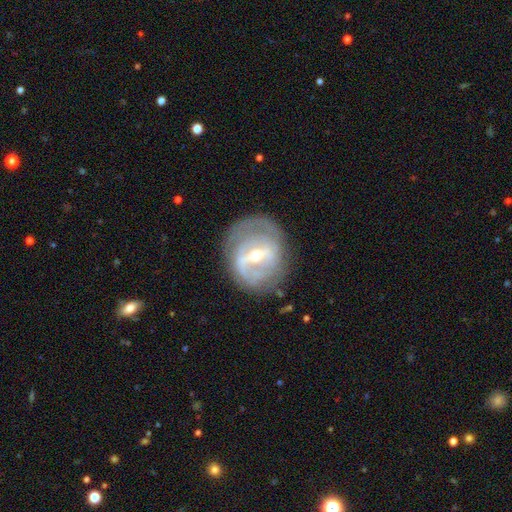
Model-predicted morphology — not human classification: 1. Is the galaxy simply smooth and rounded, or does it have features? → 83% featured or disk, 11% smooth, 6% star or artifact.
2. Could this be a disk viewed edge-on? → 96% no, 4% yes.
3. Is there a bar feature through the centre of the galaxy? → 52% strong, 37% weak, 11% no.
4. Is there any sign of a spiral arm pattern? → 80% yes, 20% no.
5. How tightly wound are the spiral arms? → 44% tight, 37% medium, 20% loose.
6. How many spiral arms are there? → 55% 2, 26% can't tell, 8% 3, 6% 1, 3% 4, 2% more than 4.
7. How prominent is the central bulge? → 48% small (tied), 48% moderate (tied), 2% large, 1% none, 1% dominant.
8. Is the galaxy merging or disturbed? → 71% none, 17% minor disturbance, 10% major disturbance, 2% merger.